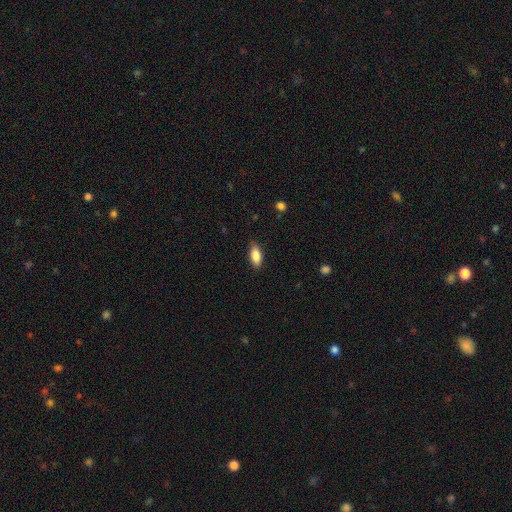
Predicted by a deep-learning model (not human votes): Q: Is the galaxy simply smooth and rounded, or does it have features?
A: smooth — 86%.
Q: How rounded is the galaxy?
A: in between — 85%.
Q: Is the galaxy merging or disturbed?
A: none — 85%.